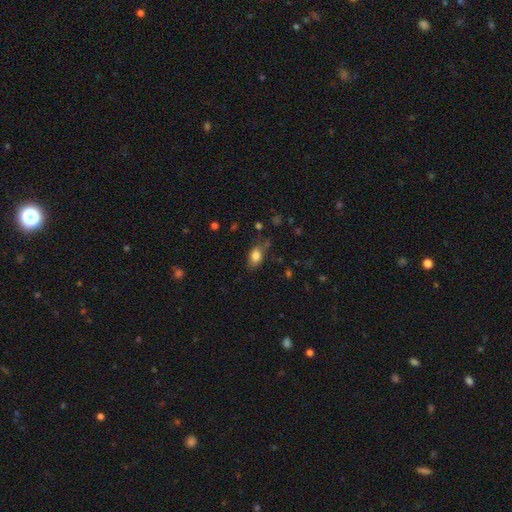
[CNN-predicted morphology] Q: Smooth or featured?
A: smooth (81%); runner-up: featured or disk (10%)
Q: How rounded?
A: in between (84%); runner-up: round (13%)
Q: Merging?
A: none (63%); runner-up: minor disturbance (25%)